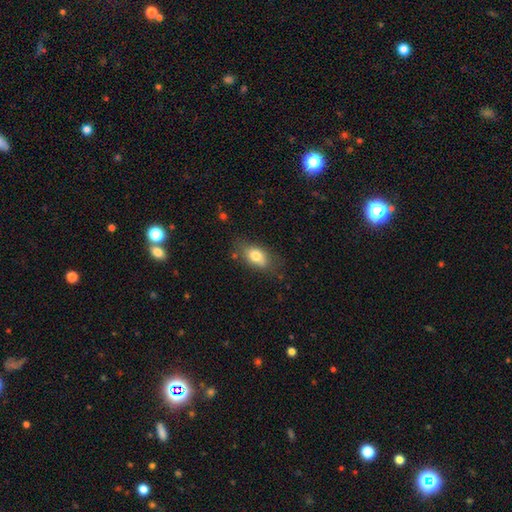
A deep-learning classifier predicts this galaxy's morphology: This is likely a smooth galaxy (77%). How rounded: clearly in between (86%). Merging: likely none (72%).